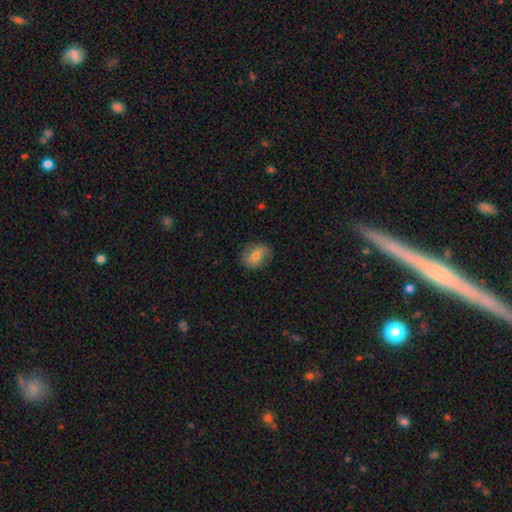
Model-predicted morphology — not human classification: type=smooth (52%); roundness=in between (53%); merging=none (76%).